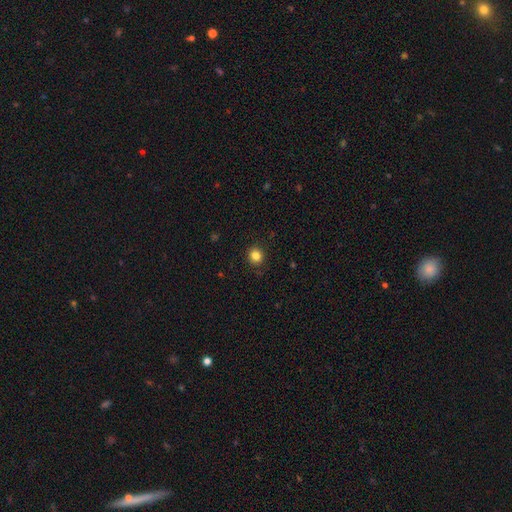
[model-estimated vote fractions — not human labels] Smooth or featured?
  - smooth: 84% *
  - star or artifact: 12%
  - featured or disk: 5%
How rounded?
  - round: 87% *
  - in between: 12%
  - cigar-shaped: 1%
Merging?
  - none: 90% *
  - minor disturbance: 7%
  - major disturbance: 2%
  - merger: 1%